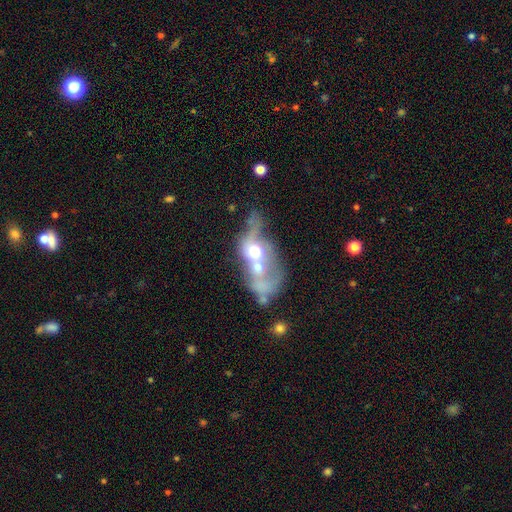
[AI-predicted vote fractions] featured or disk 57%, smooth 30%, star or artifact 13%. Down the decision tree: edge-on disk — no (91%); bar — no (86%); spiral arms — no (81%); bulge size — moderate (60%); merging — merger (59%).